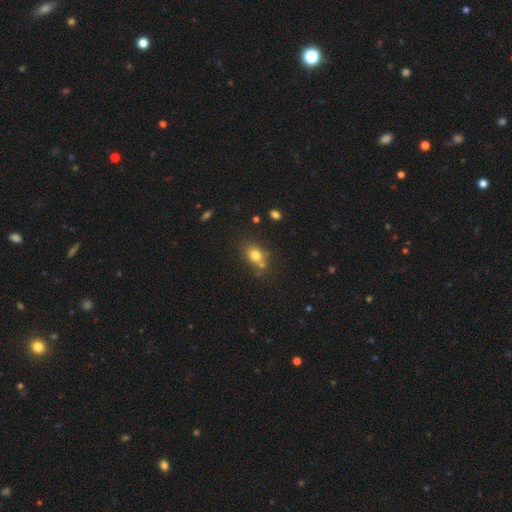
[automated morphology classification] smooth 76%, star or artifact 13%, featured or disk 12%. Down the decision tree: how rounded — in between (58%); merging — none (59%).